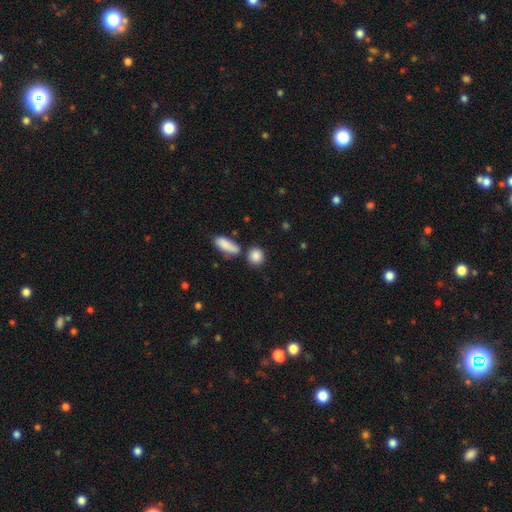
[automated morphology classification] Overall: smooth (87%). How rounded: round (75%). Merging: none (70%).